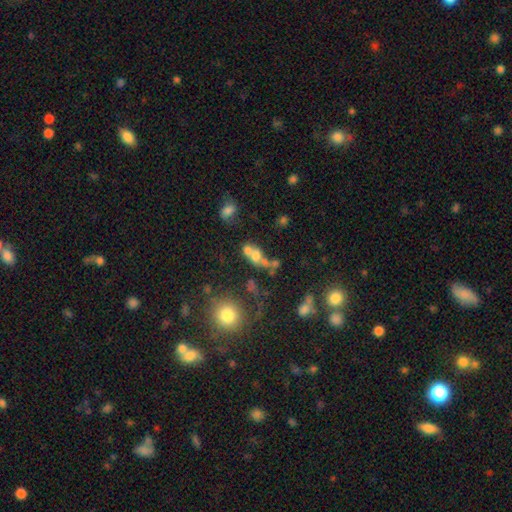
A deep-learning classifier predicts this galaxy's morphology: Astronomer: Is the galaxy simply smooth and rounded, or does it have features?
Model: smooth — 56%.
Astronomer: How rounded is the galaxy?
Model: in between — 48% (runner-up: round, 47%).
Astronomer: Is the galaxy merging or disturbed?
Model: merger — 56%.